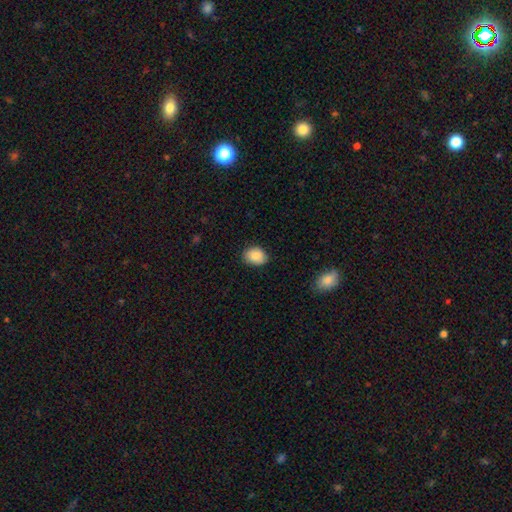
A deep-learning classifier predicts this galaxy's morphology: Smooth or featured: smooth — 87% (star or artifact — 8%)
How rounded: in between — 55% (round — 44%)
Merging: none — 81% (minor disturbance — 16%)